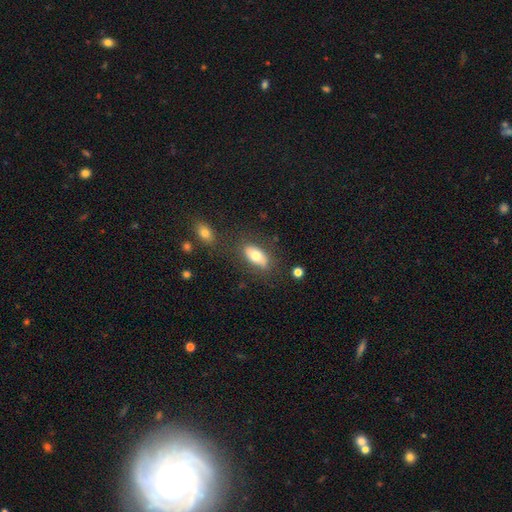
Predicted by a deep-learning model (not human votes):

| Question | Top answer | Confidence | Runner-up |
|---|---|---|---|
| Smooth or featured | smooth | 70% | featured or disk (23%) |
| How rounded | in between | 88% | cigar-shaped (8%) |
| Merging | none | 75% | minor disturbance (15%) |